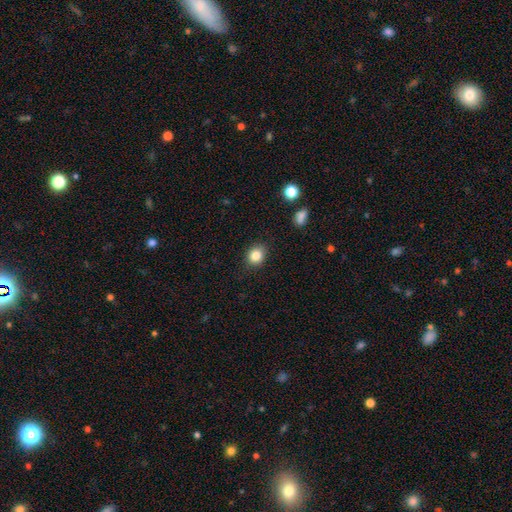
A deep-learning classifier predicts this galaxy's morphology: A smooth galaxy with no disk features (84%) that is round (61%).

Vote fractions:
- Smooth or featured? smooth: 84% / star or artifact: 10% / featured or disk: 6%
- How rounded? round: 61% / in between: 38% / cigar-shaped: 1%
- Merging? none: 86% / minor disturbance: 11% / major disturbance: 2% / merger: 1%